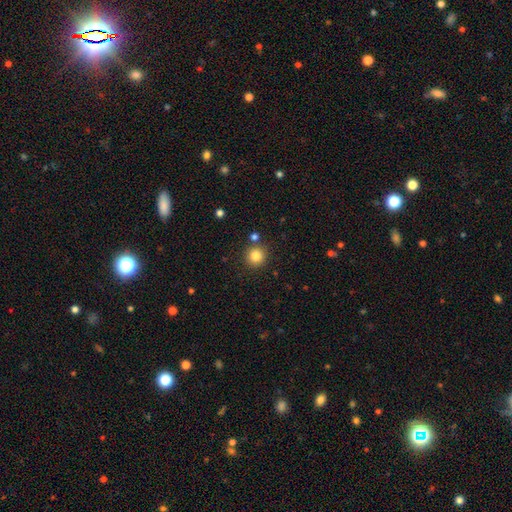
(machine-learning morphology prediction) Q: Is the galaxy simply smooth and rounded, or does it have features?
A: smooth — 83%.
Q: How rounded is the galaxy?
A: round — 93%.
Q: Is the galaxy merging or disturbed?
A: none — 84%.